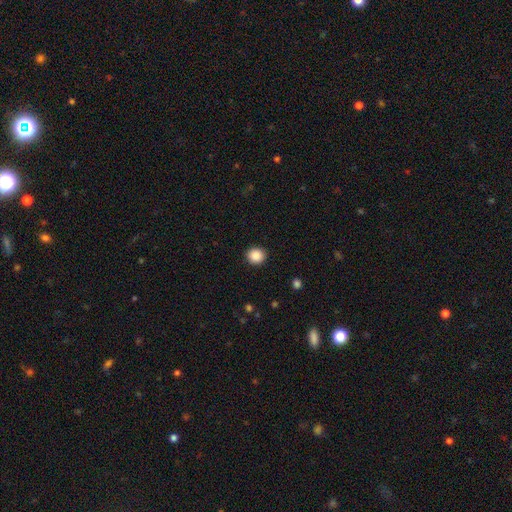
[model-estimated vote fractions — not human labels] smooth_or_featured: smooth (p=0.88) [alt: star or artifact p=0.09]
how_rounded: round (p=0.90) [alt: in between p=0.09]
merging: none (p=0.92) [alt: minor disturbance p=0.05]